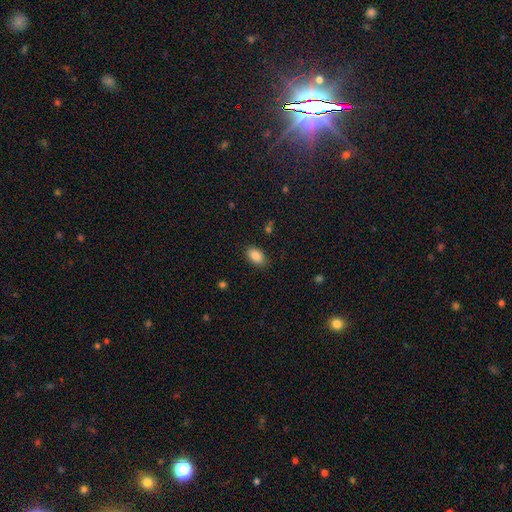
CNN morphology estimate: A smooth galaxy with no disk features (86%) that is in between round and cigar-shaped (91%). Merging: none (86%).